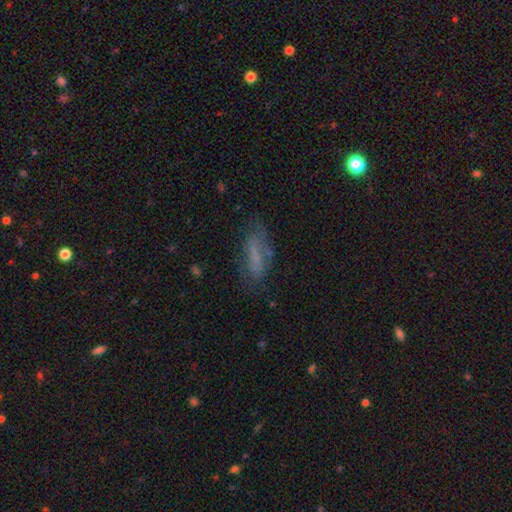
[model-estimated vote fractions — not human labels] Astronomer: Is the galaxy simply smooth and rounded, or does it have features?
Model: smooth — 55% (runner-up: featured or disk, 32%).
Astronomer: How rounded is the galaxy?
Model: cigar-shaped — 50% (runner-up: in between, 48%).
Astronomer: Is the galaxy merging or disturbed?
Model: none — 60%.